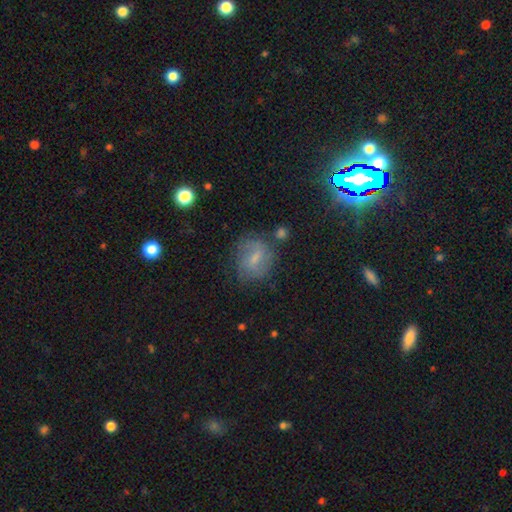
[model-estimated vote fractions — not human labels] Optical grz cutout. It shows a smooth galaxy with no disk features (48%). Merging: none (64%).